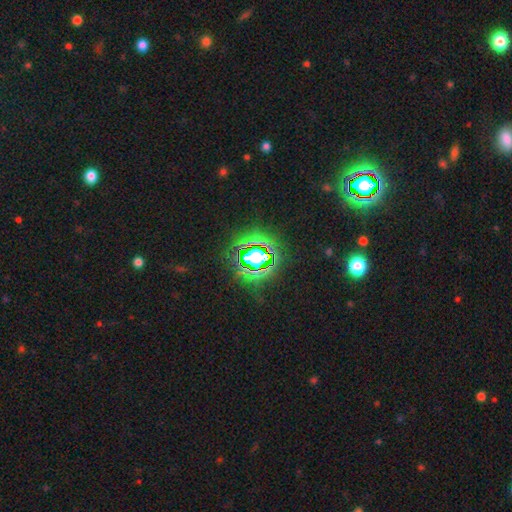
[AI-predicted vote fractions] This appears to be a star or artifact, not a galaxy (82%).